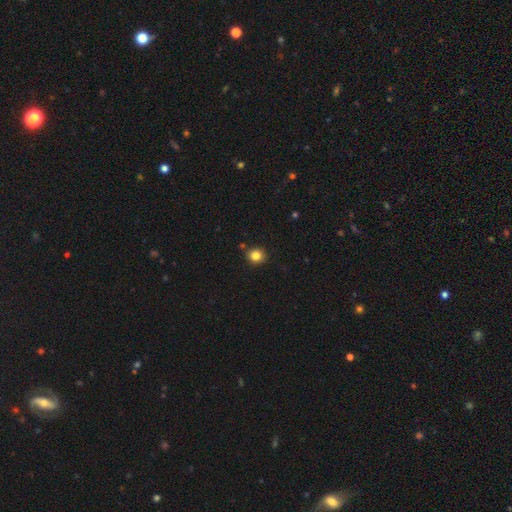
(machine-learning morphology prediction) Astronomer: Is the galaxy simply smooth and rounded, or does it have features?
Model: smooth — 83%.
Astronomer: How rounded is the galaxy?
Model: round — 88%.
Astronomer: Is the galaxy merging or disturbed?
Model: none — 88%.